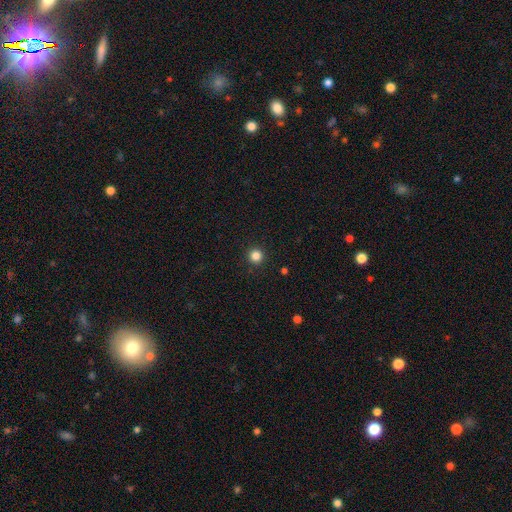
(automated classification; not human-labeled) Q: Smooth or featured?
A: smooth (83%); runner-up: star or artifact (13%)
Q: How rounded?
A: round (96%); runner-up: in between (3%)
Q: Merging?
A: none (93%); runner-up: minor disturbance (4%)